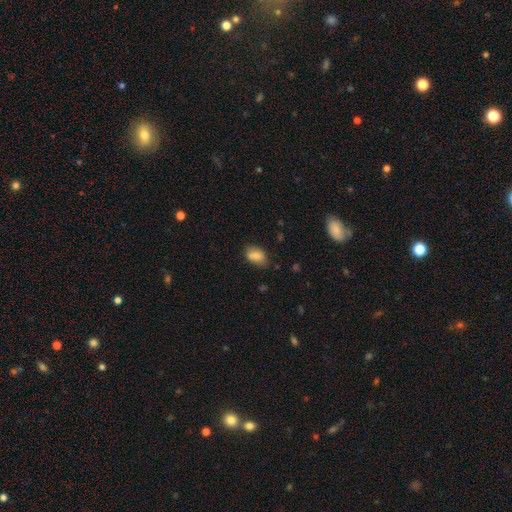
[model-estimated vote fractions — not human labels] A smooth galaxy with no disk features (80%) that is in between round and cigar-shaped (82%).

Vote fractions:
- Smooth or featured? smooth: 80% / featured or disk: 11% / star or artifact: 9%
- How rounded? in between: 82% / round: 16% / cigar-shaped: 2%
- Merging? none: 67% / minor disturbance: 22% / merger: 7% / major disturbance: 4%